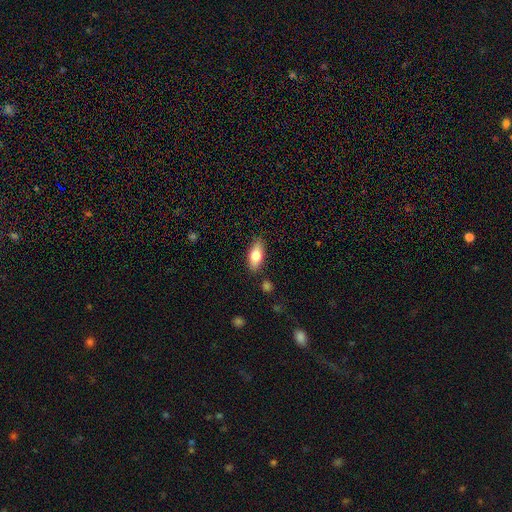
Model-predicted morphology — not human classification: The model was most divided on "smooth or featured": smooth: 77%, featured or disk: 16%, star or artifact: 6%. More confident: merging — none (84%); how rounded — in between (81%).